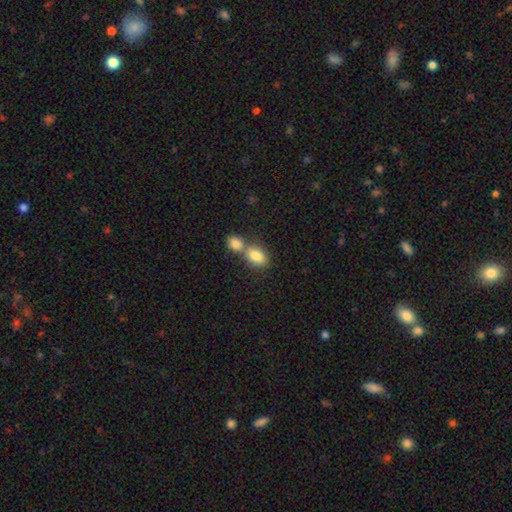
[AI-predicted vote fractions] Smooth or featured: smooth — 84% (featured or disk — 9%)
How rounded: in between — 79% (round — 19%)
Merging: merger — 55% (none — 35%)